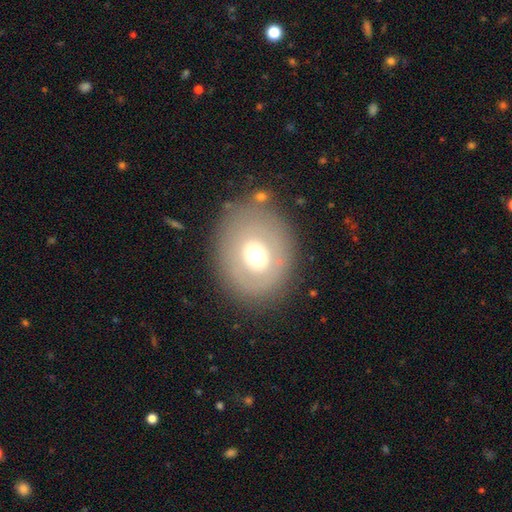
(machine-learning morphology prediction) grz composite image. It shows a smooth galaxy with no disk features (55%) that is in between round and cigar-shaped (52%). Merging: none (78%).